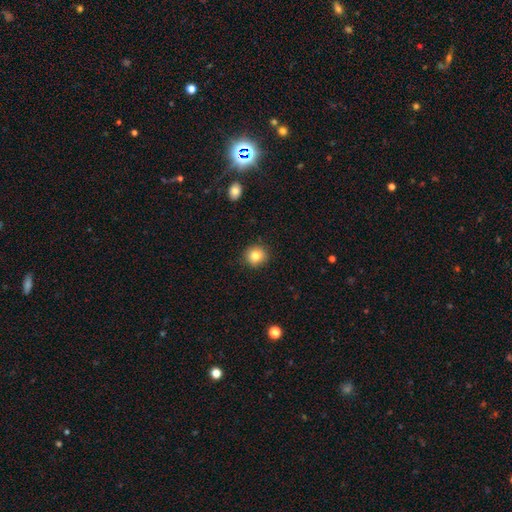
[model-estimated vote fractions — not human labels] Overall: smooth (83%). How rounded: round (88%). Merging: none (89%).